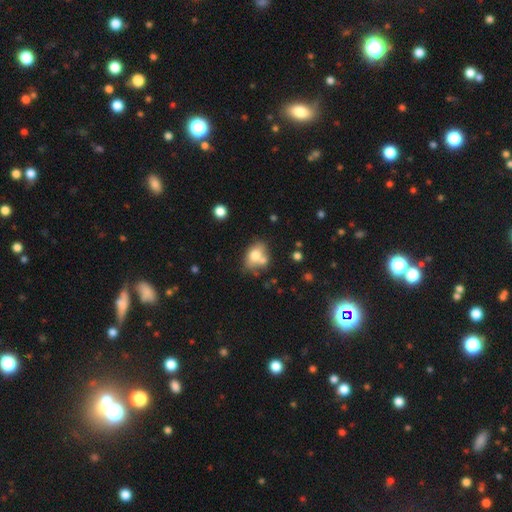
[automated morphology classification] Overall: smooth (70%). How rounded: in between (69%; round 30%). Merging: none (42%; merger 33%).